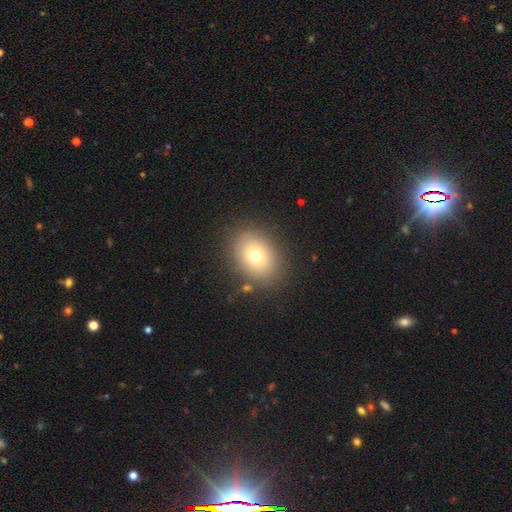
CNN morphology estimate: Overall: smooth (73%). How rounded: in between (62%; round 37%). Merging: none (84%).